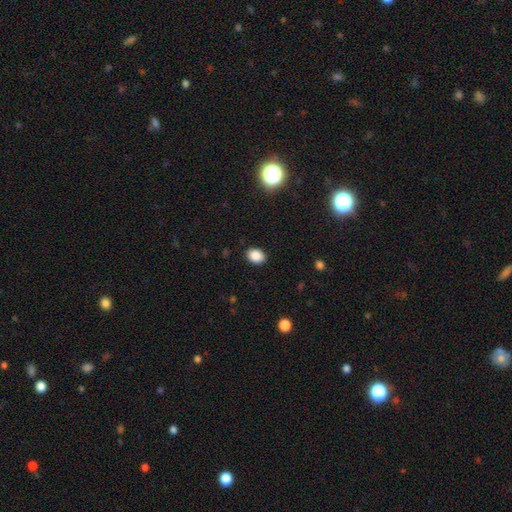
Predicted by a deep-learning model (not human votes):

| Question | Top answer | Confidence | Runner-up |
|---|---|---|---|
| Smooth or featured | smooth | 88% | star or artifact (9%) |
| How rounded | in between | 70% | round (29%) |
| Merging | none | 90% | minor disturbance (7%) |